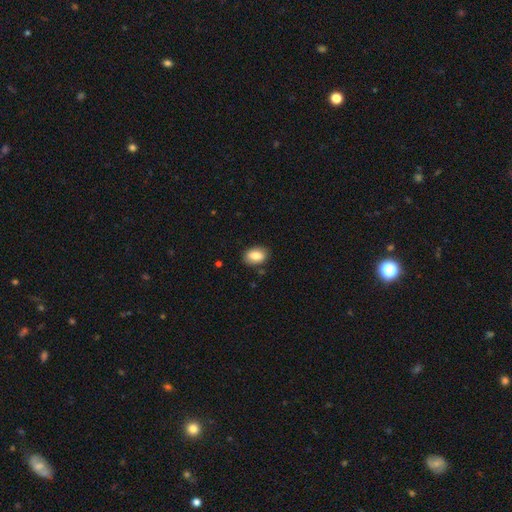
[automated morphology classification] smooth-or-featured: smooth: 84% | featured or disk: 8% | star or artifact: 8%
  how-rounded: in between: 83% | round: 15% | cigar-shaped: 1%
  merging: none: 85% | minor disturbance: 11% | major disturbance: 2% | merger: 2%